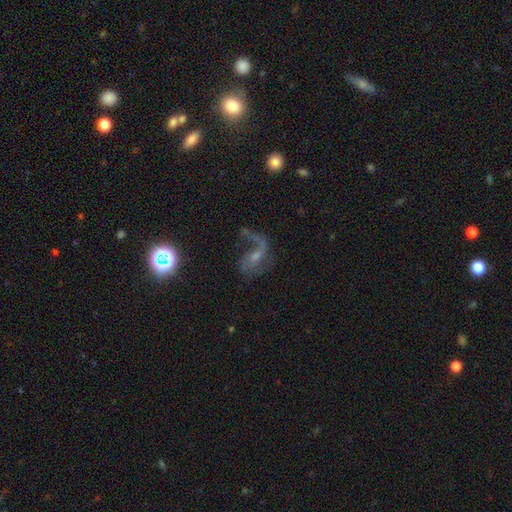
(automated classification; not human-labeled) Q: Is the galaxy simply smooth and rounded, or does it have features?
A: featured or disk — 78%.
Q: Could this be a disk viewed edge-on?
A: no — 97%.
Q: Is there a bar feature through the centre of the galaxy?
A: no — 43%.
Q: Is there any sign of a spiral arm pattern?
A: yes — 92%.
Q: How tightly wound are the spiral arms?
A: loose — 75%.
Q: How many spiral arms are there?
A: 2 — 57%.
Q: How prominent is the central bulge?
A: small — 55%.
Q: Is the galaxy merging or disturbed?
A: none — 44%.